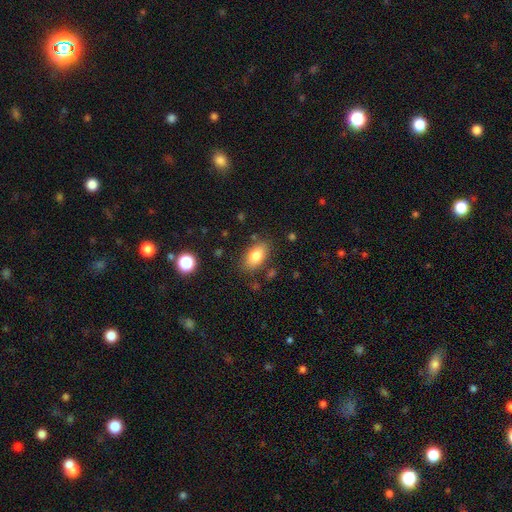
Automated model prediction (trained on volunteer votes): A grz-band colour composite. It shows a smooth galaxy with no disk features (80%) that is in between round and cigar-shaped (91%). Merging: none (81%).